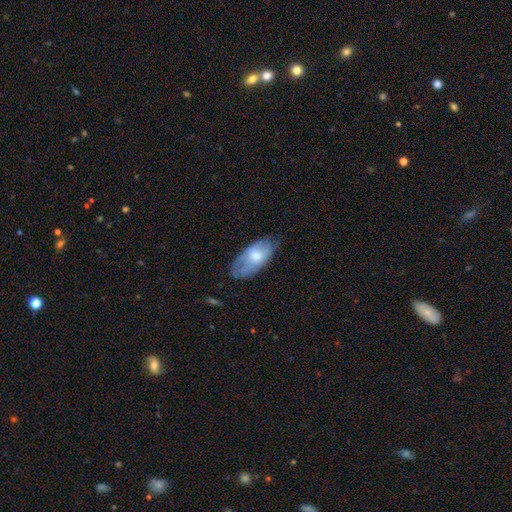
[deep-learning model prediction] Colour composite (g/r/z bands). It shows a smooth galaxy with no disk features (58%) that is in between round and cigar-shaped (92%). Merging: none (60%).